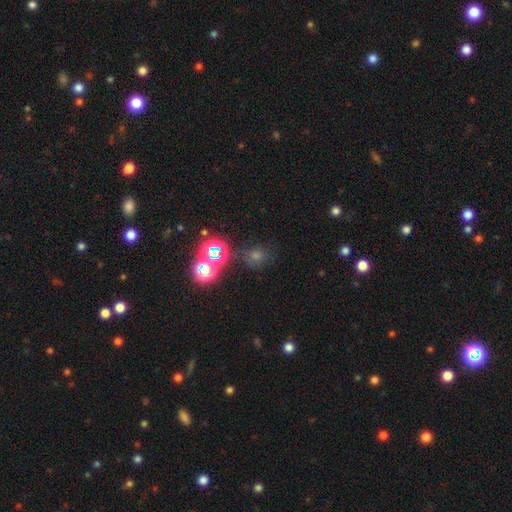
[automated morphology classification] smooth_or_featured: star or artifact (p=0.53) [alt: smooth p=0.39]